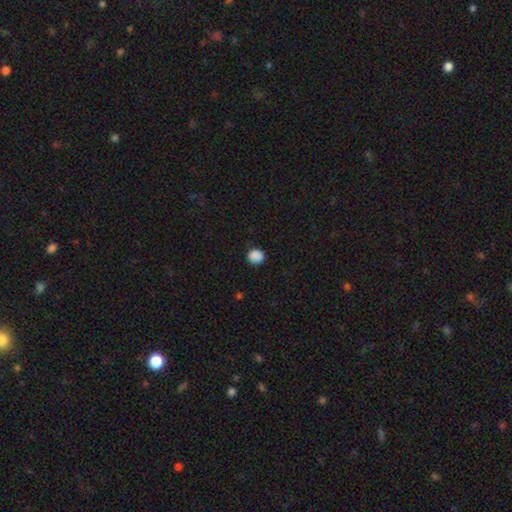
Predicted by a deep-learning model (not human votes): Q: Smooth or featured?
A: smooth (88%); runner-up: star or artifact (9%)
Q: How rounded?
A: round (85%); runner-up: in between (14%)
Q: Merging?
A: none (85%); runner-up: minor disturbance (11%)